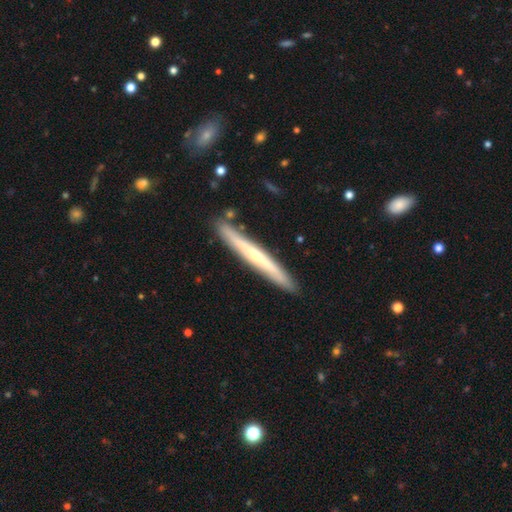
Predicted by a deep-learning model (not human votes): featured or disk 61%, smooth 34%, star or artifact 6%. Down the decision tree: edge-on disk — yes (94%); edge-on bulge — rounded (59%); merging — none (88%).